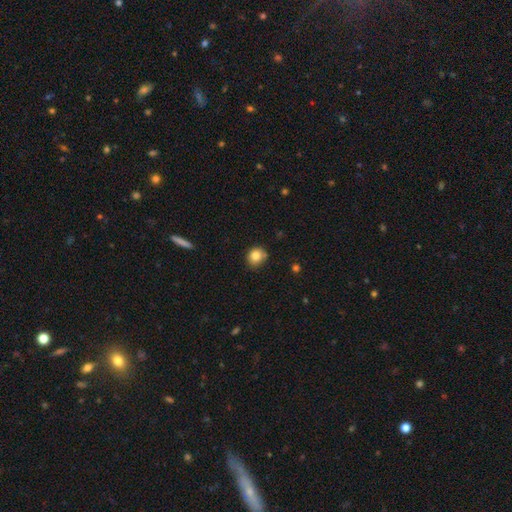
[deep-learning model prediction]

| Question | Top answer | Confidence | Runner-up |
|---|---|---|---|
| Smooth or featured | smooth | 82% | star or artifact (10%) |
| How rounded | round | 80% | in between (19%) |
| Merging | none | 75% | minor disturbance (19%) |